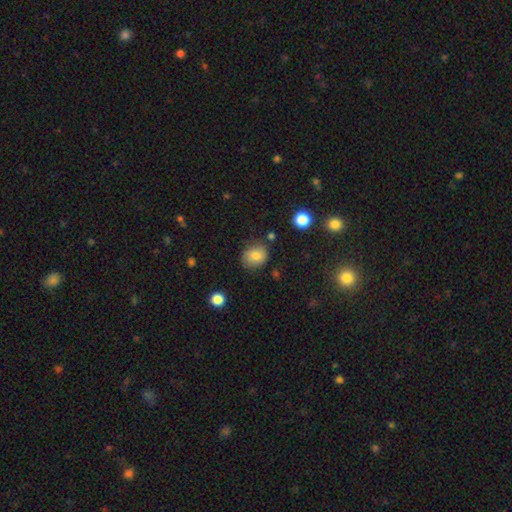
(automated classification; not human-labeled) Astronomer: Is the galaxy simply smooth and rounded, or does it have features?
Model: smooth — 79%.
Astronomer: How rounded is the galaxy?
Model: round — 64%.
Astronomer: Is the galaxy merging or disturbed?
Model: none — 74%.